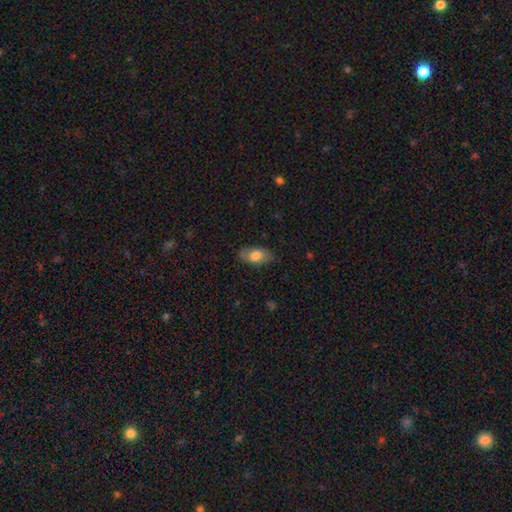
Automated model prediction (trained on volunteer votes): This is likely a smooth galaxy (71%). How rounded: clearly in between (92%). Merging: likely none (76%).